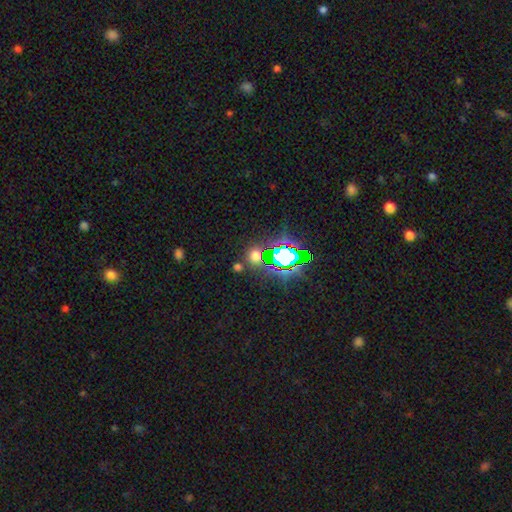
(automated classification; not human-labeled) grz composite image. It shows a star or artifact, not a galaxy (48%).